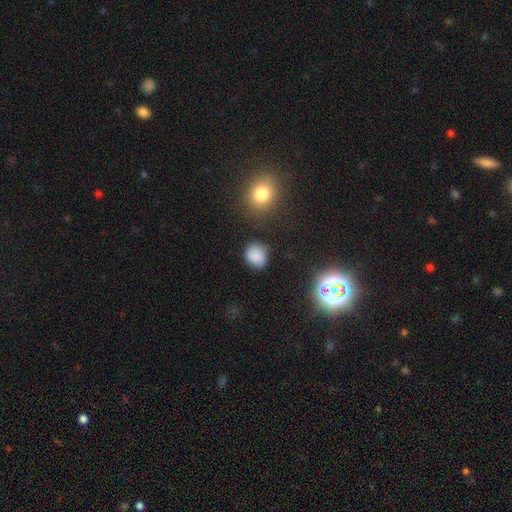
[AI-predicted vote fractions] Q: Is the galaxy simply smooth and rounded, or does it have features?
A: smooth — 82%.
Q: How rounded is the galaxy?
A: round — 71%.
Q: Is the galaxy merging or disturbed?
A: none — 77%.